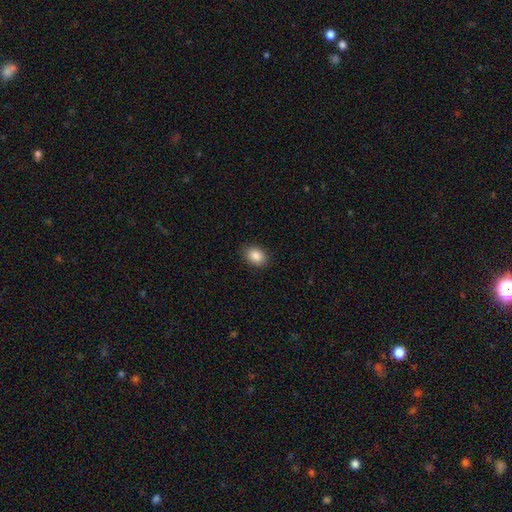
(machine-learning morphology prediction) Smooth or featured?
  - smooth: 88% *
  - star or artifact: 8%
  - featured or disk: 4%
How rounded?
  - in between: 62% *
  - round: 37%
  - cigar-shaped: 1%
Merging?
  - none: 88% *
  - minor disturbance: 8%
  - major disturbance: 2%
  - merger: 1%